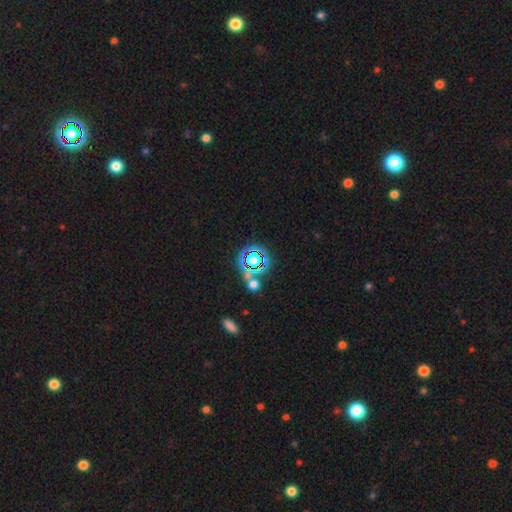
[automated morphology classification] type=star or artifact (65%).